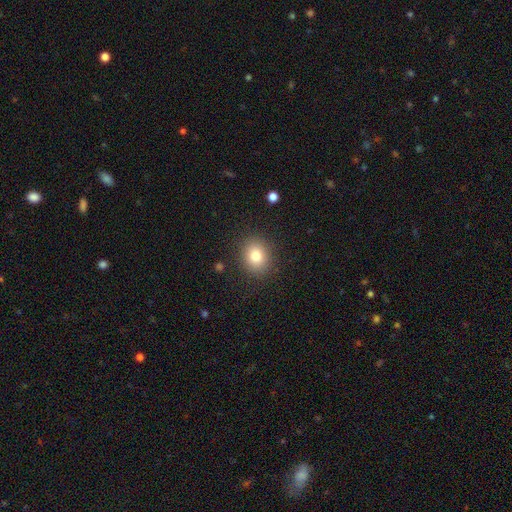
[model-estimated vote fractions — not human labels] The model was most divided on "how rounded": round: 66%, in between: 33%, cigar-shaped: 1%. More confident: merging — none (88%); smooth or featured — smooth (80%).